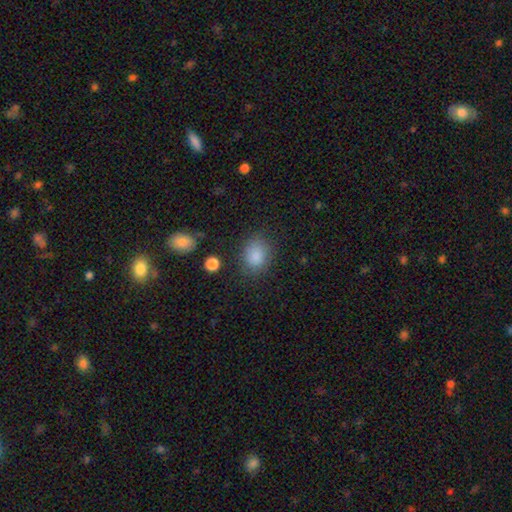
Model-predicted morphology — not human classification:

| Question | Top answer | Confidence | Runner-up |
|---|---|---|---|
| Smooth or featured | smooth | 85% | star or artifact (10%) |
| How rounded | round | 50% | in between (49%) |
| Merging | none | 76% | minor disturbance (16%) |